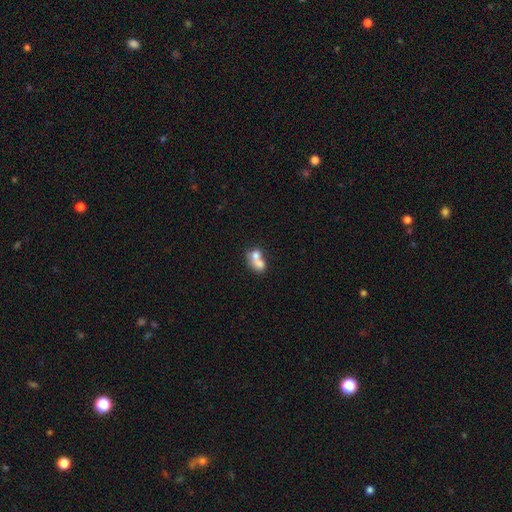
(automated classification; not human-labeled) This appears to be a smooth galaxy with no disk features (68%) that is in between round and cigar-shaped (65%). Merging: merger (69%).